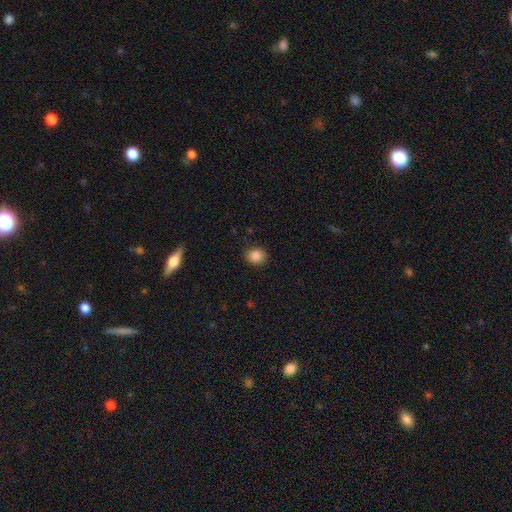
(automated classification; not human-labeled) Smooth or featured? smooth (86%)
How rounded? round (73%)
Merging? none (88%)